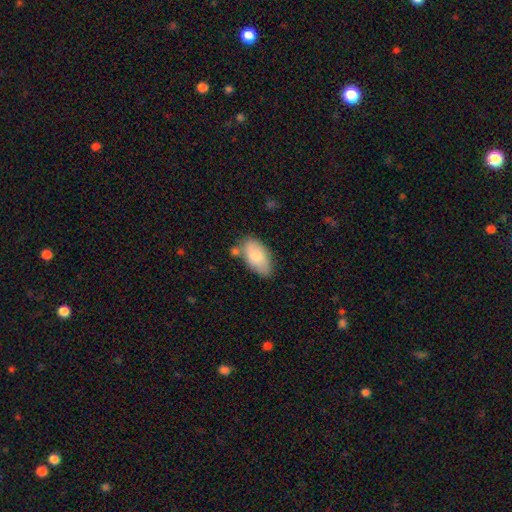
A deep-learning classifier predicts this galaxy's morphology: Smooth or featured? Predicted: smooth (p=0.74). How rounded? Predicted: in between (p=0.94). Merging? Predicted: none (p=0.63).